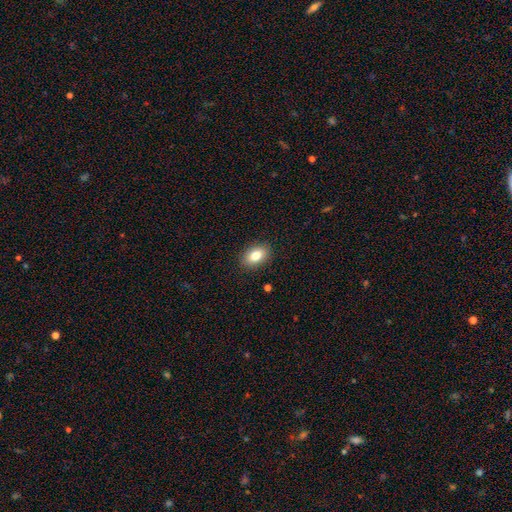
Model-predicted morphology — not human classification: type=smooth (81%); roundness=in between (85%); merging=none (89%).